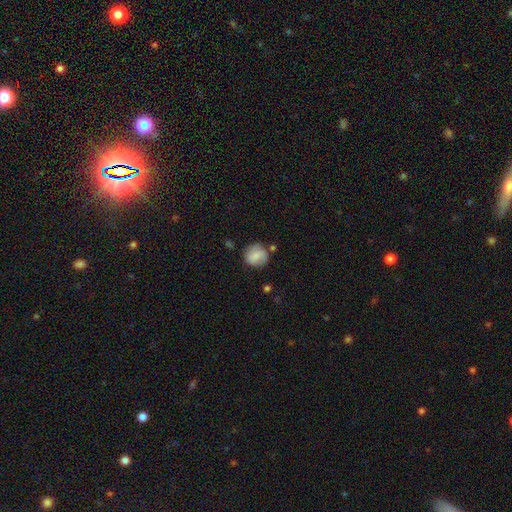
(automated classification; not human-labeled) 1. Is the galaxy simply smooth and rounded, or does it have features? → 71% smooth, 21% featured or disk, 8% star or artifact.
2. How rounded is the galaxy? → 84% round, 15% in between, 1% cigar-shaped.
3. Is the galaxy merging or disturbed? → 68% none, 21% minor disturbance, 6% major disturbance, 5% merger.